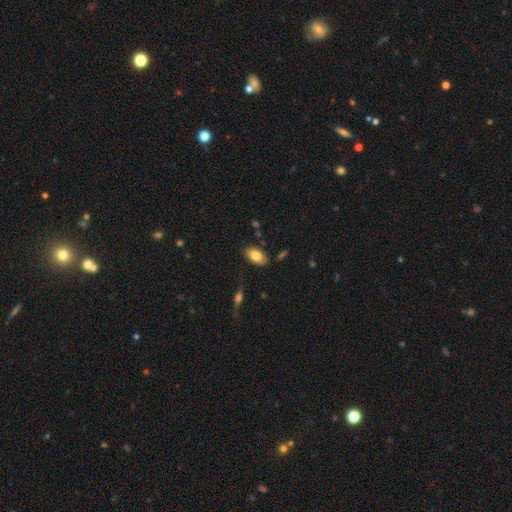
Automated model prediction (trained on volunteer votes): Morphology: type=smooth (80%); roundness=in between (93%); merging=none (83%).